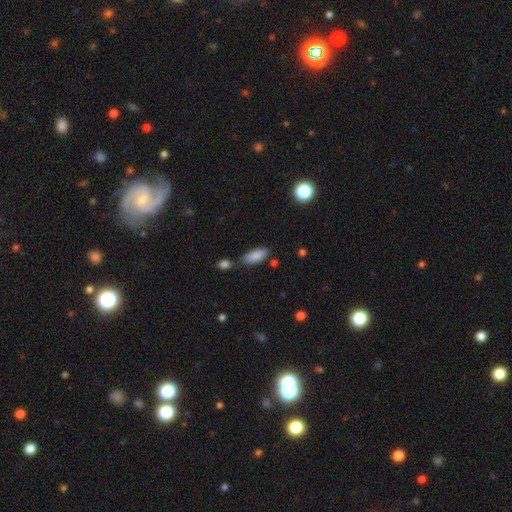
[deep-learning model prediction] Smooth or featured: smooth — 87% (star or artifact — 7%)
How rounded: in between — 84% (cigar-shaped — 14%)
Merging: none — 71% (minor disturbance — 16%)